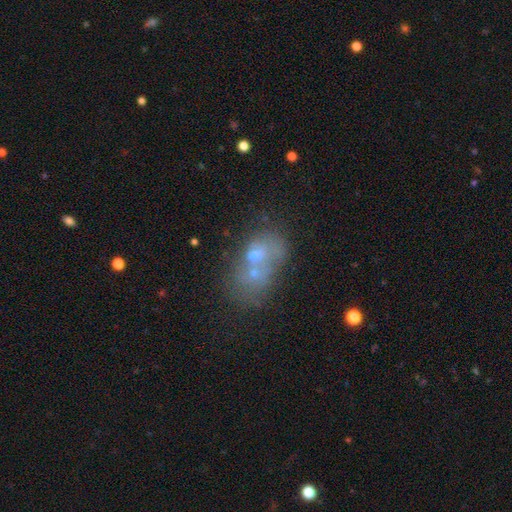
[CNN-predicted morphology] A smooth galaxy with no disk features (46%). Merging: merger (58%).